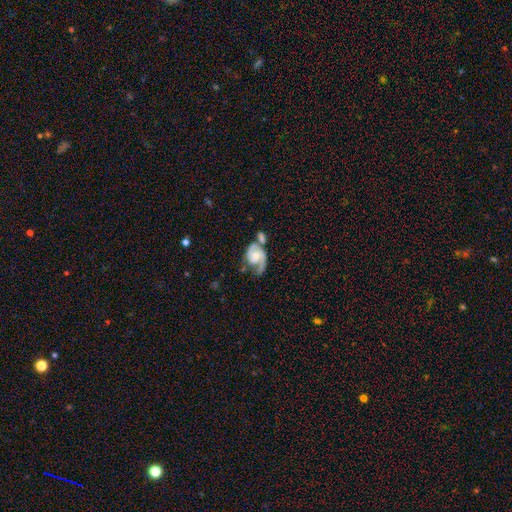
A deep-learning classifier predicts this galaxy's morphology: This is clearly a featured or disk galaxy (83%). It is clearly not viewed edge-on (98%). Bar: likely no (65%). Spiral arm pattern: clearly yes (95%). Spiral arm count: likely 2 (69%). Spiral winding: possibly medium (47%). Central bulge: possibly moderate (53%). Merging: marginally none (35%).